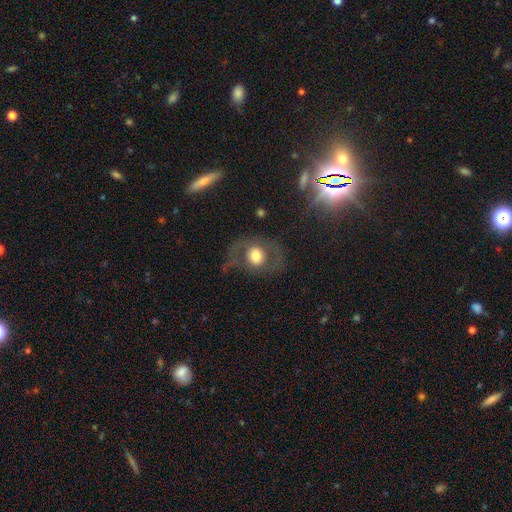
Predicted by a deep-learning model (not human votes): Smooth or featured: smooth — 50% (featured or disk — 41%)
Merging: none — 61% (major disturbance — 21%)